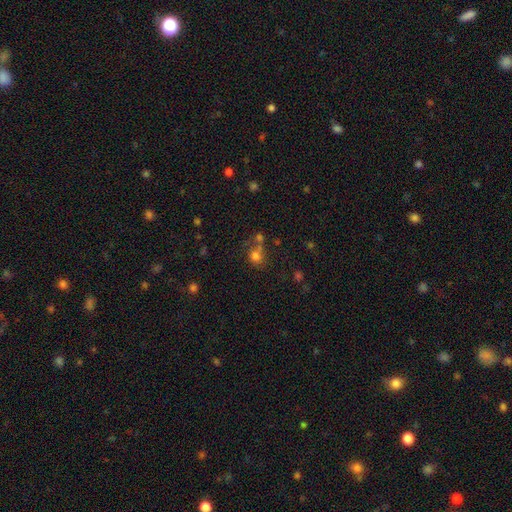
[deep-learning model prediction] Smooth or featured?
  - smooth: 73% *
  - star or artifact: 16%
  - featured or disk: 11%
How rounded?
  - round: 80% *
  - in between: 19%
  - cigar-shaped: 1%
Merging?
  - none: 47% *
  - merger: 31%
  - minor disturbance: 13%
  - major disturbance: 9%